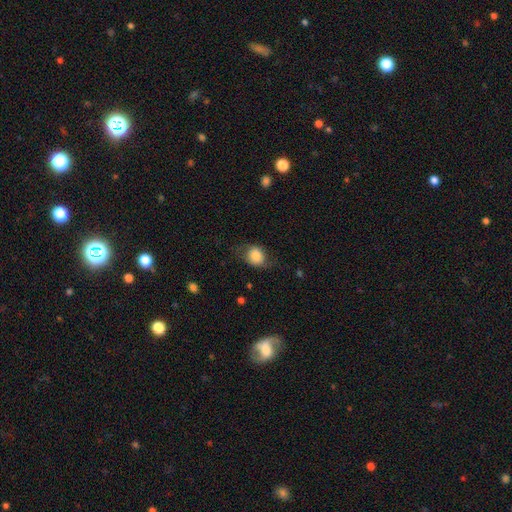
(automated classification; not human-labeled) The model was most divided on "how rounded": round: 60%, in between: 39%, cigar-shaped: 1%. More confident: smooth or featured — smooth (77%); merging — none (62%).